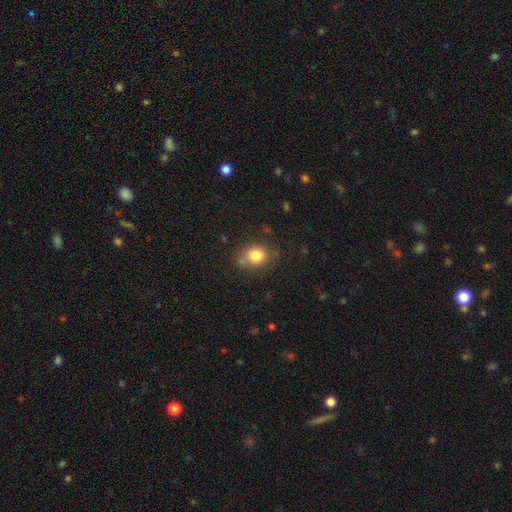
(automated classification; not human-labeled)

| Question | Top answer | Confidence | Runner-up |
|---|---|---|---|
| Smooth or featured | smooth | 82% | star or artifact (11%) |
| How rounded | round | 66% | in between (33%) |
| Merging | none | 73% | minor disturbance (16%) |